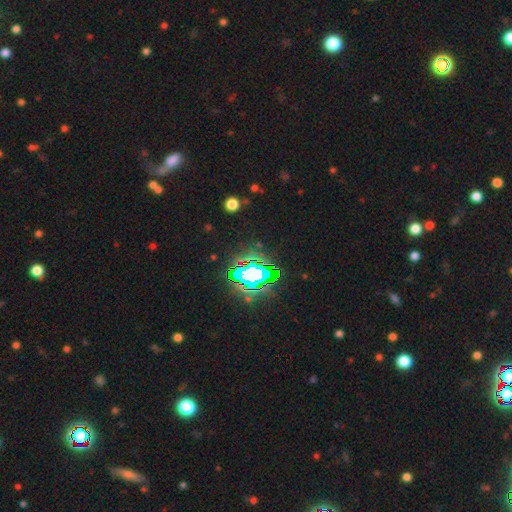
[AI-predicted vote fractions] The model was most divided on "smooth or featured": star or artifact: 78%, smooth: 14%, featured or disk: 8%.